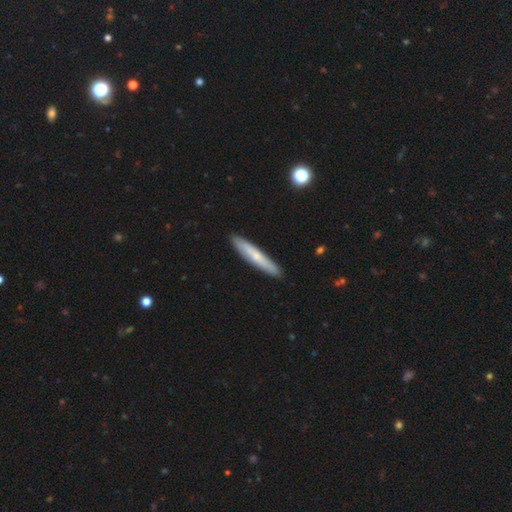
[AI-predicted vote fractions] smooth_or_featured: smooth (p=0.57) [alt: featured or disk p=0.37]
how_rounded: cigar-shaped (p=0.93) [alt: in between p=0.06]
merging: none (p=0.90) [alt: minor disturbance p=0.07]